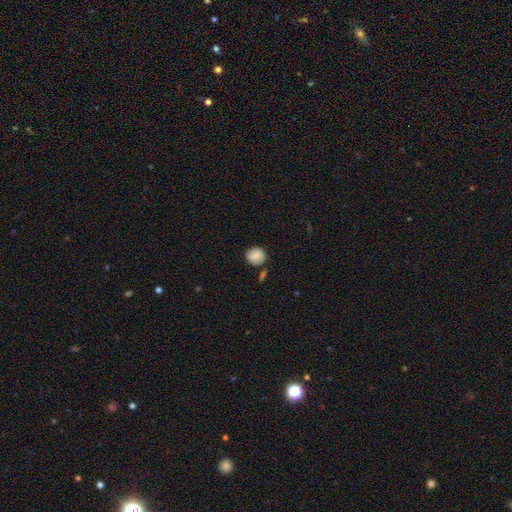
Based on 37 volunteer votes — Q: Smooth or featured?
A: smooth (86%); runner-up: featured or disk (8%)
Q: How rounded?
A: round (91%); runner-up: in between (9%)
Q: Merging?
A: none (80%); runner-up: minor disturbance (20%)